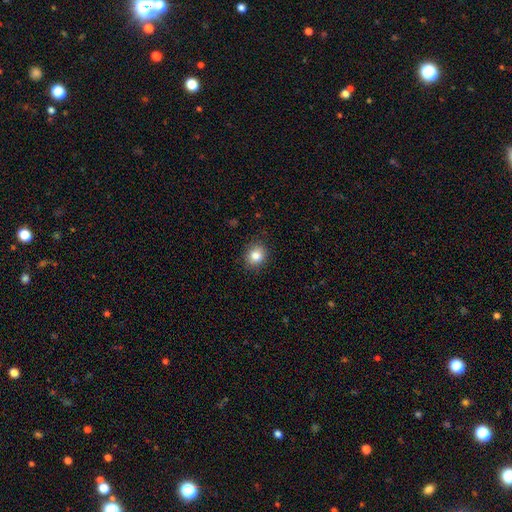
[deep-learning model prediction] Smooth or featured?
  - smooth: 84% *
  - star or artifact: 10%
  - featured or disk: 6%
How rounded?
  - round: 74% *
  - in between: 25%
  - cigar-shaped: 1%
Merging?
  - none: 88% *
  - minor disturbance: 9%
  - major disturbance: 2%
  - merger: 1%